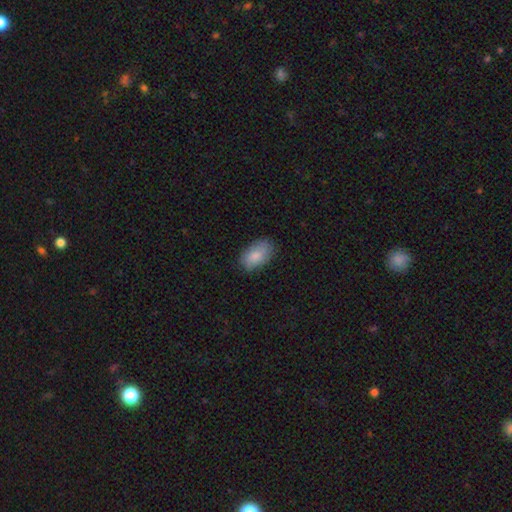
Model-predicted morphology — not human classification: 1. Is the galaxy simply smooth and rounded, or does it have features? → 84% smooth, 9% featured or disk, 6% star or artifact.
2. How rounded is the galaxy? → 93% in between, 5% round, 2% cigar-shaped.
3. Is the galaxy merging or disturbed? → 80% none, 16% minor disturbance, 3% major disturbance, 1% merger.